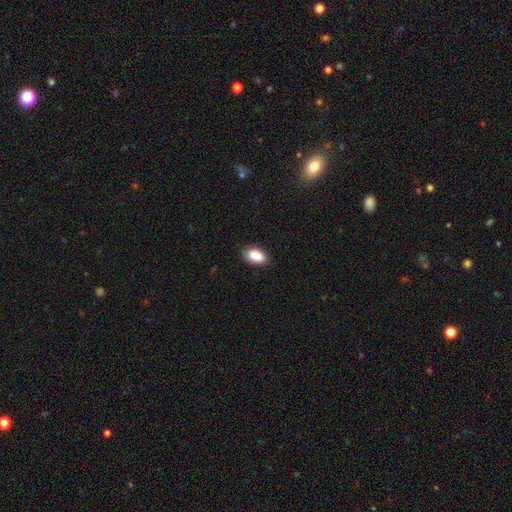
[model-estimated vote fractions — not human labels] smooth-or-featured: smooth: 89% | star or artifact: 7% | featured or disk: 5%
  how-rounded: in between: 91% | round: 7% | cigar-shaped: 2%
  merging: none: 83% | minor disturbance: 13% | major disturbance: 3% | merger: 1%